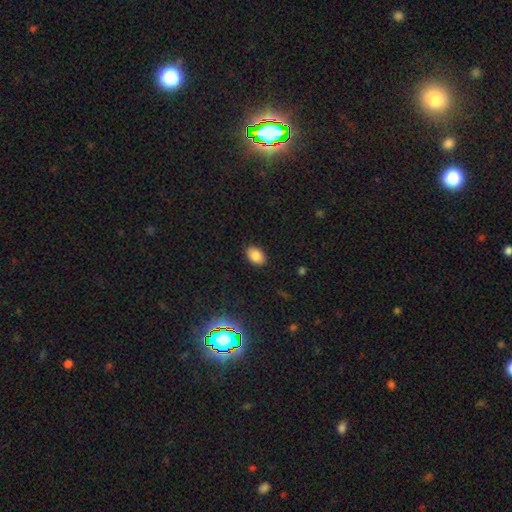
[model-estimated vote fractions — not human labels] Smooth or featured?
  - smooth: 85% *
  - star or artifact: 10%
  - featured or disk: 5%
How rounded?
  - in between: 87% *
  - round: 12%
  - cigar-shaped: 1%
Merging?
  - none: 87% *
  - minor disturbance: 9%
  - major disturbance: 2%
  - merger: 1%